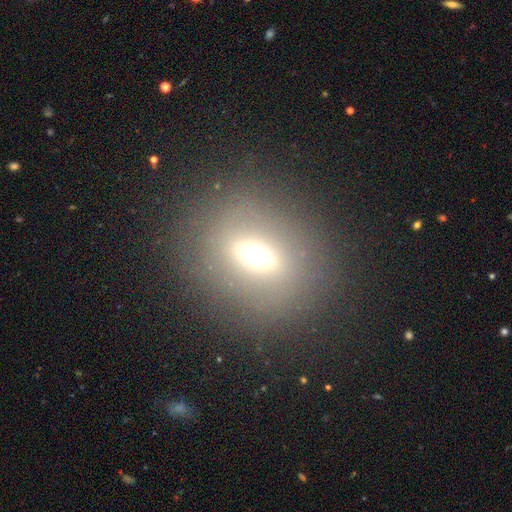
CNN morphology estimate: Smooth or featured? Predicted: smooth (p=0.51). How rounded? Predicted: in between (p=0.55). Merging? Predicted: none (p=0.81).